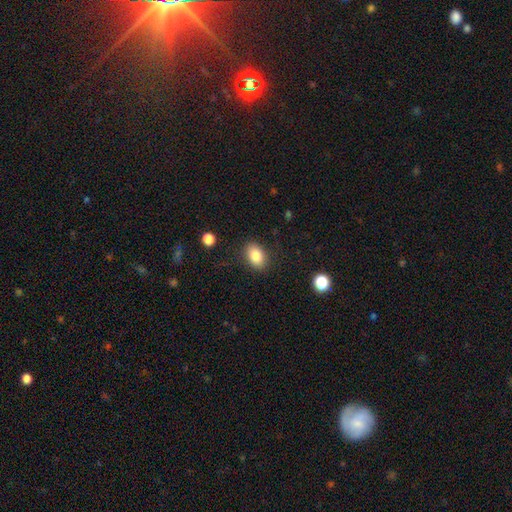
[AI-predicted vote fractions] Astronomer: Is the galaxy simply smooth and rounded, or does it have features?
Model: smooth — 84%.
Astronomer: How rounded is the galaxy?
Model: in between — 80%.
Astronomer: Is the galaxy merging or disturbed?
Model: none — 86%.